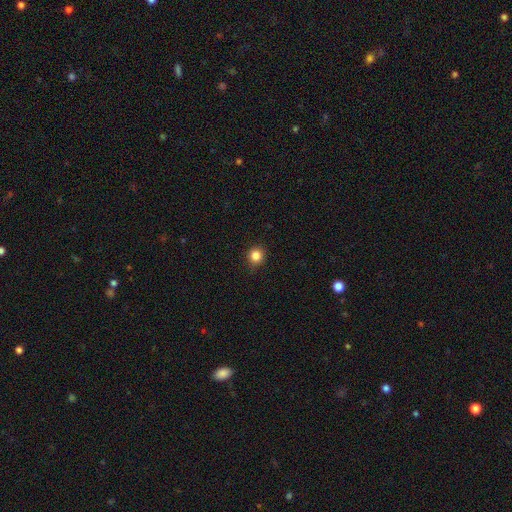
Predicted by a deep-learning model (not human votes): Smooth or featured? Predicted: smooth (p=0.84). How rounded? Predicted: round (p=0.92). Merging? Predicted: none (p=0.87).